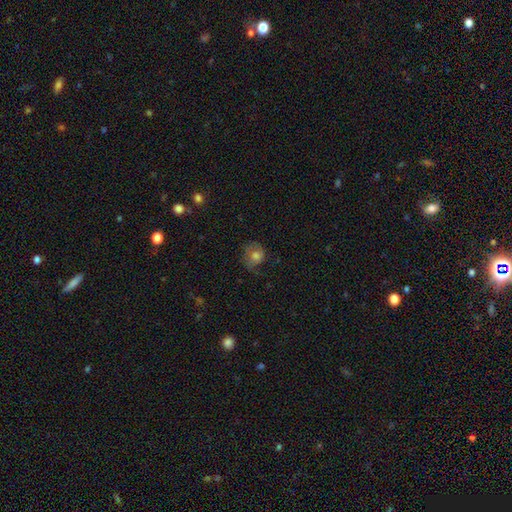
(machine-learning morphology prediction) Smooth or featured: smooth — 68% (featured or disk — 22%)
How rounded: round — 66% (in between — 33%)
Merging: none — 50% (minor disturbance — 30%)